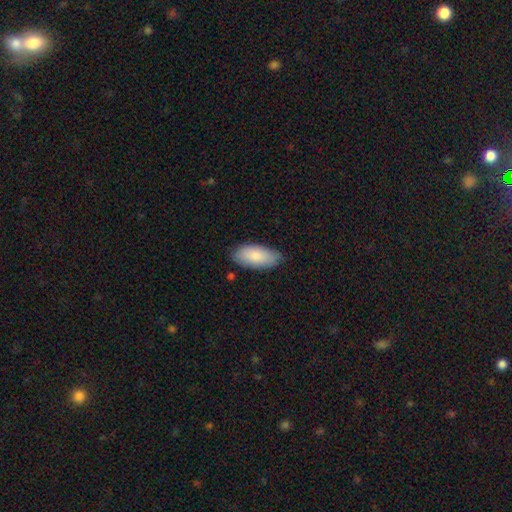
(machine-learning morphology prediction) Smooth or featured: smooth — 85% (featured or disk — 10%)
How rounded: in between — 90% (cigar-shaped — 8%)
Merging: none — 80% (minor disturbance — 16%)